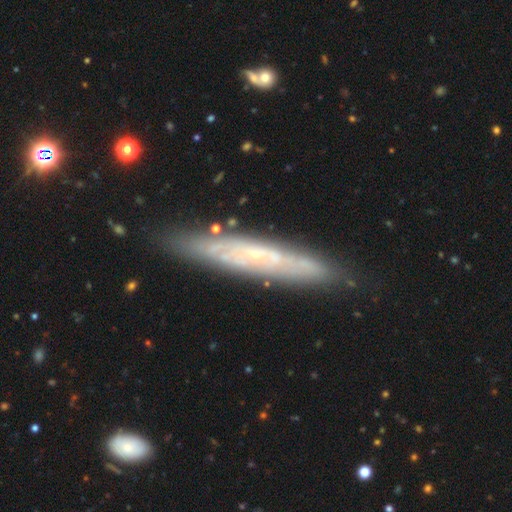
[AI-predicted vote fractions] This is likely a featured or disk galaxy (70%). It is likely viewed edge-on (67%). Merging: clearly none (84%).